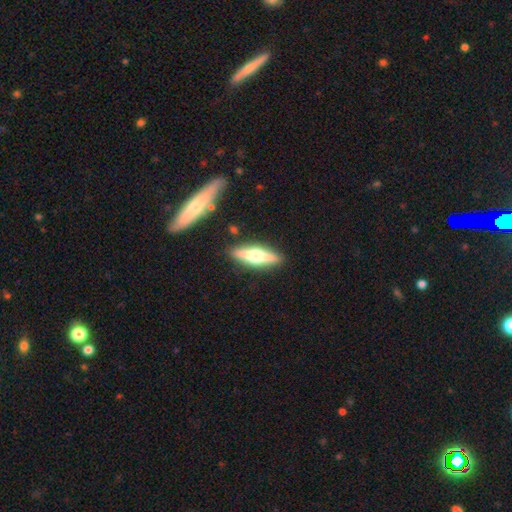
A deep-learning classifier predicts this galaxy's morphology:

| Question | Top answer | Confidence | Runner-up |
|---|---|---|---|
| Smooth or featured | featured or disk | 65% | smooth (30%) |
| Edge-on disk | yes | 95% | no (5%) |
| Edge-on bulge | rounded | 94% | boxy (4%) |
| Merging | none | 88% | minor disturbance (8%) |